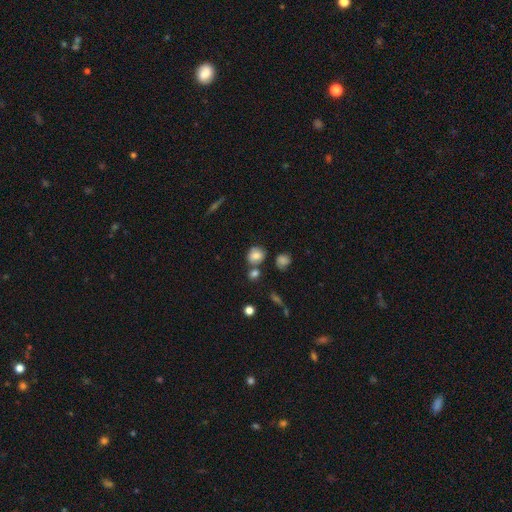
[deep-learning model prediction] Overall: smooth (76%). How rounded: round (65%; in between 34%). Merging: none (58%; merger 20%).